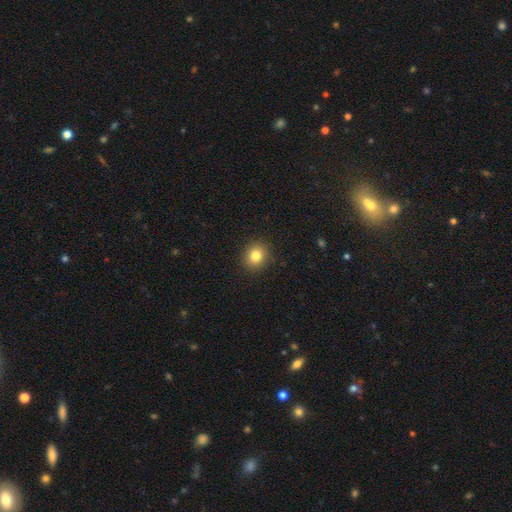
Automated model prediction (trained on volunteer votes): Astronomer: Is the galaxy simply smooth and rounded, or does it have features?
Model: smooth — 82%.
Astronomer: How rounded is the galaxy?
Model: round — 78%.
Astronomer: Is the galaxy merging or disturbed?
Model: none — 91%.